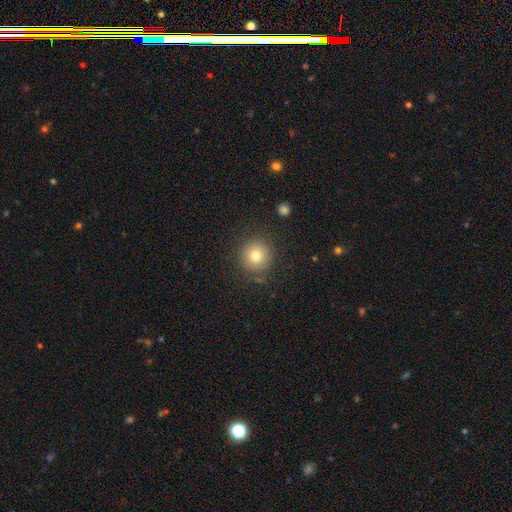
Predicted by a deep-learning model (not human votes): smooth 76%, star or artifact 13%, featured or disk 11%. Down the decision tree: how rounded — round (93%); merging — none (84%).